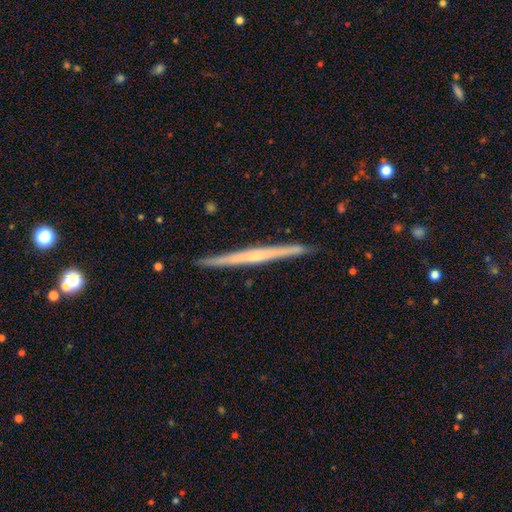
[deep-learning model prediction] Smooth or featured? featured or disk (68%)
Edge-on disk? yes (98%)
Edge-on bulge? none (61%)
Merging? none (92%)